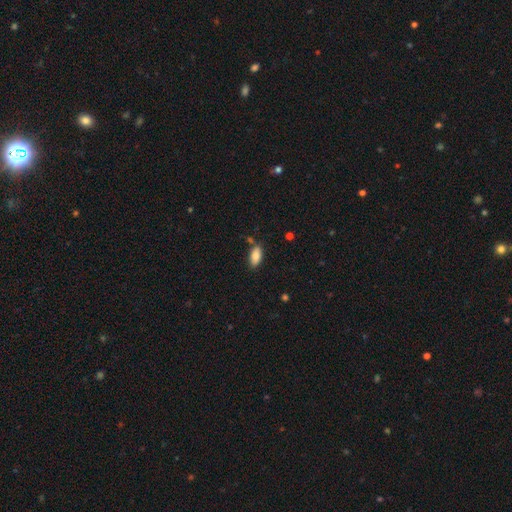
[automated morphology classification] Overall: smooth (86%). How rounded: in between (90%). Merging: none (77%).